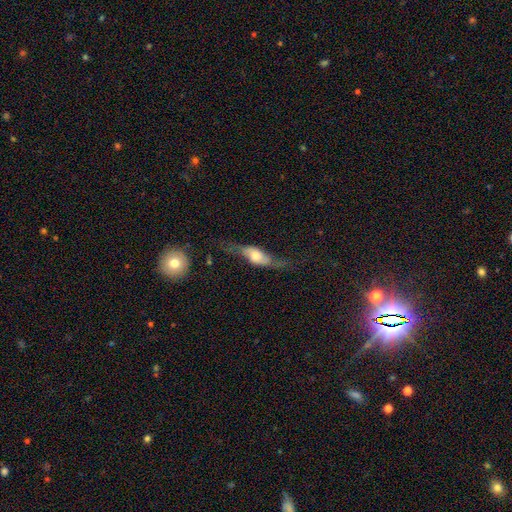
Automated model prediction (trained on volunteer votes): featured or disk 59%, smooth 34%, star or artifact 7%. Down the decision tree: edge-on disk — no (50%, tied with yes); merging — none (52%).